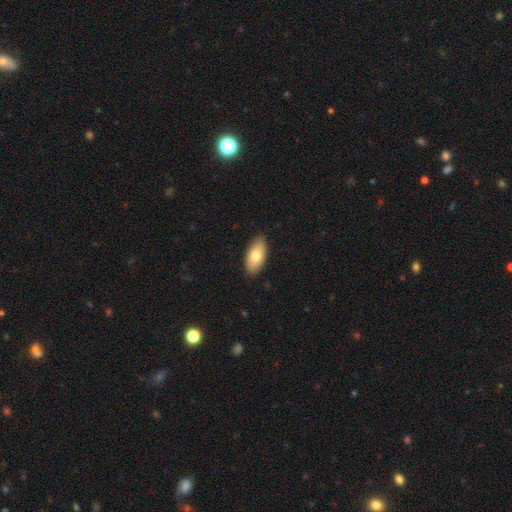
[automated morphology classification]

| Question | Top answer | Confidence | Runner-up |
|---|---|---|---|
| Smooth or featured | smooth | 77% | featured or disk (17%) |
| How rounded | in between | 91% | cigar-shaped (6%) |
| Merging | none | 87% | minor disturbance (11%) |